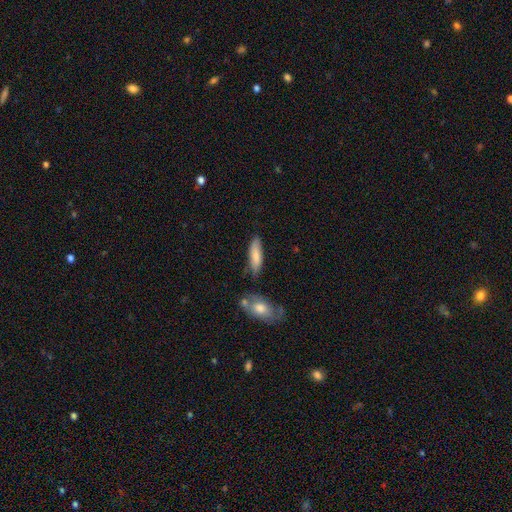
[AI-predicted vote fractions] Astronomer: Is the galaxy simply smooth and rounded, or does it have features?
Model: smooth — 79%.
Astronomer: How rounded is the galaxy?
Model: cigar-shaped — 54% (runner-up: in between, 44%).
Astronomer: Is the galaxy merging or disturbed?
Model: none — 69%.